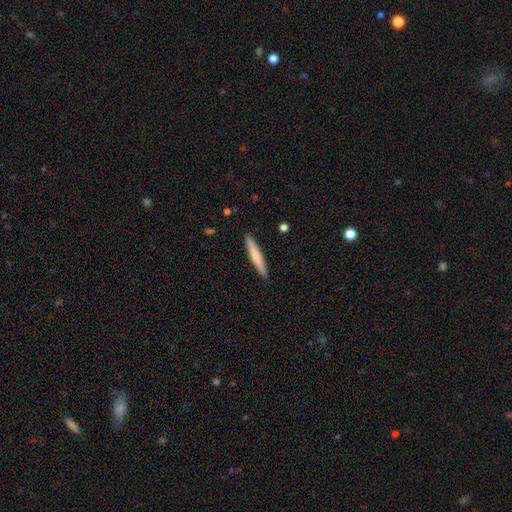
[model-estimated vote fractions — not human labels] A smooth galaxy with no disk features (64%) that is cigar-shaped (95%). Merging: none (91%).